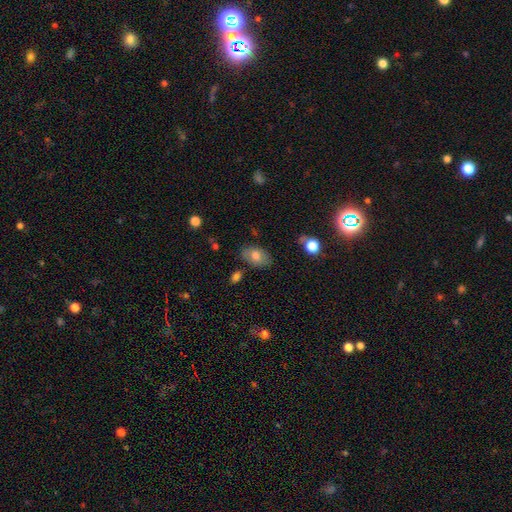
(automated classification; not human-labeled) Smooth or featured: smooth — 71% (featured or disk — 21%)
How rounded: in between — 91% (round — 8%)
Merging: none — 77% (minor disturbance — 16%)